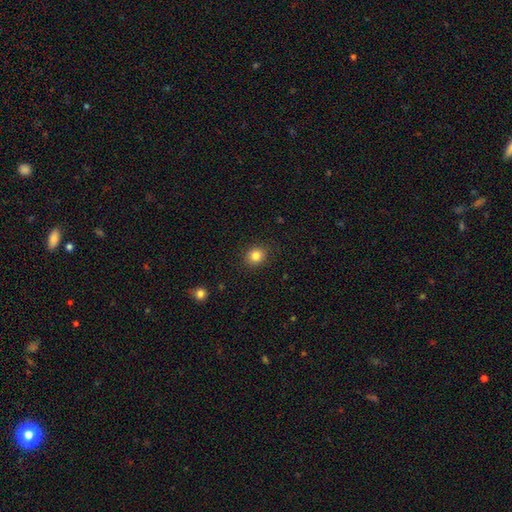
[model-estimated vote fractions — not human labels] Smooth or featured? smooth (84%)
How rounded? round (80%)
Merging? none (89%)